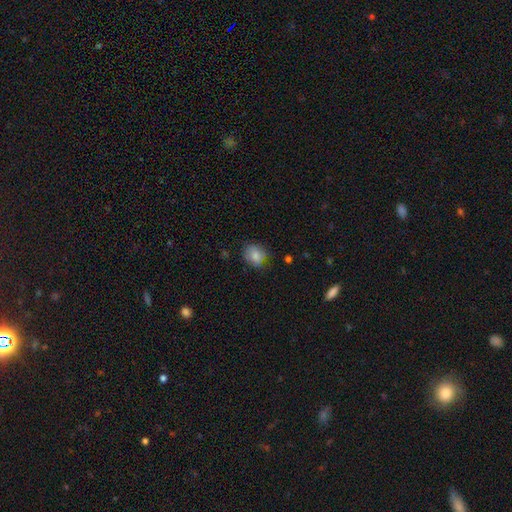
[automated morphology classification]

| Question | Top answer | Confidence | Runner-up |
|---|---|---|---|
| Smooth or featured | smooth | 82% | star or artifact (9%) |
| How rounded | round | 60% | in between (39%) |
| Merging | none | 70% | minor disturbance (23%) |